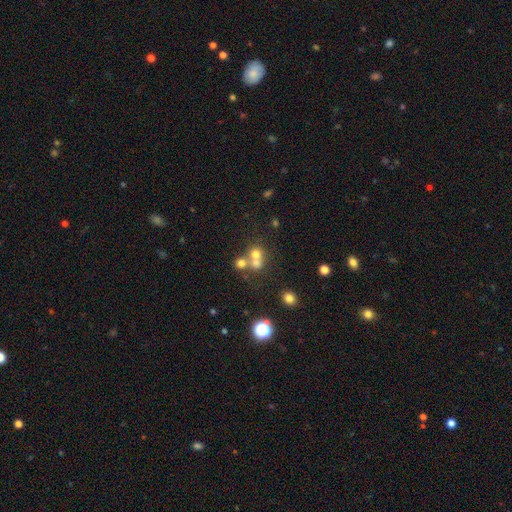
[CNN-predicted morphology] A smooth galaxy with no disk features (61%) that is round (82%). Merging: merger (53%).